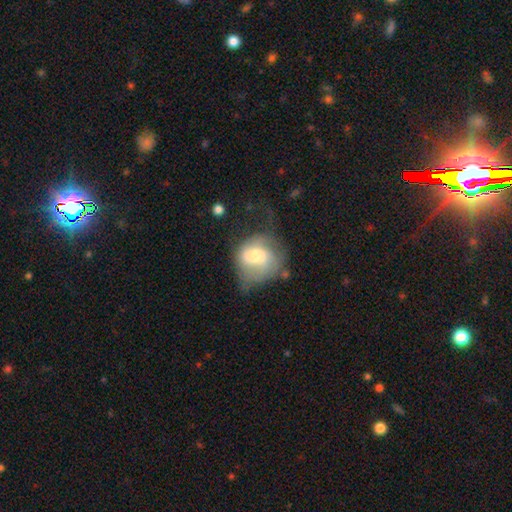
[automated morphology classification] type=smooth (49%); merging=major disturbance (32%, tied with none).